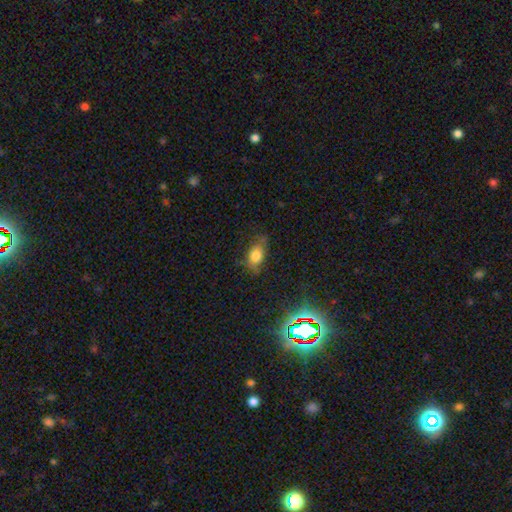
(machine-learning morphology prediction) Overall: smooth (72%). How rounded: in between (80%). Merging: none (63%; minor disturbance 26%).